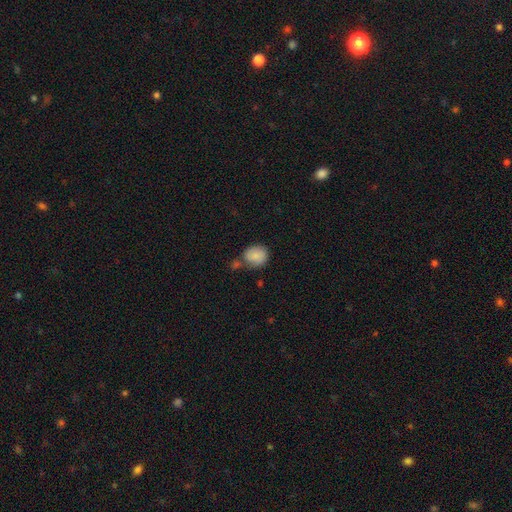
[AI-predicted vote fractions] This appears to be a smooth galaxy with no disk features (84%) that is round (66%). Merging: none (55%).